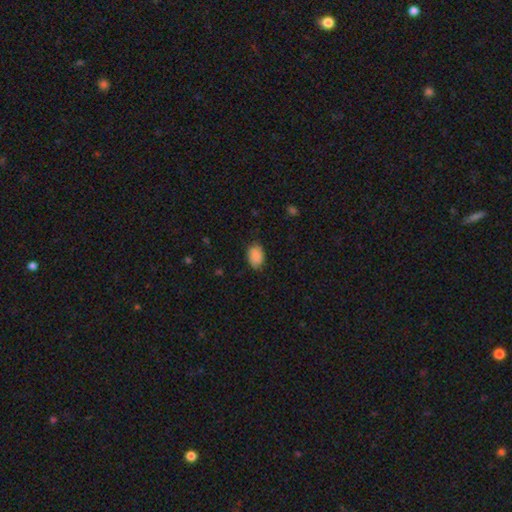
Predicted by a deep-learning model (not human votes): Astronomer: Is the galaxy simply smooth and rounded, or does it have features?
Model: smooth — 87%.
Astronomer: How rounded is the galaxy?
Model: in between — 79%.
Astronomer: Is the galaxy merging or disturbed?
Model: none — 72%.